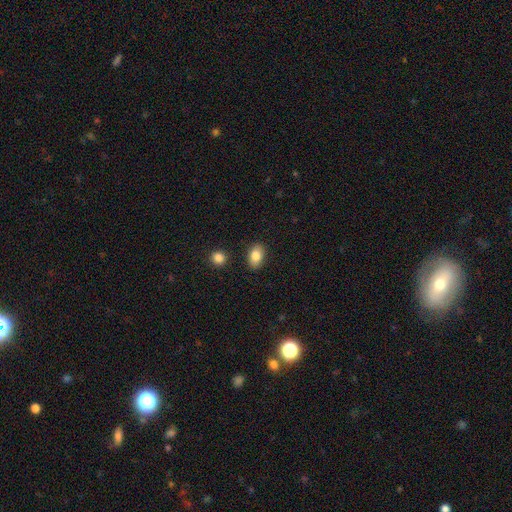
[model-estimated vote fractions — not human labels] Smooth or featured: smooth — 84% (featured or disk — 8%)
How rounded: in between — 87% (round — 12%)
Merging: none — 87% (minor disturbance — 9%)